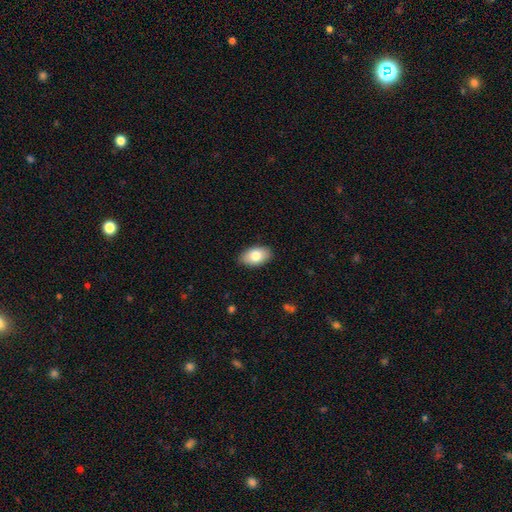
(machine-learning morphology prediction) Smooth or featured? Predicted: smooth (p=0.81). How rounded? Predicted: in between (p=0.93). Merging? Predicted: none (p=0.87).